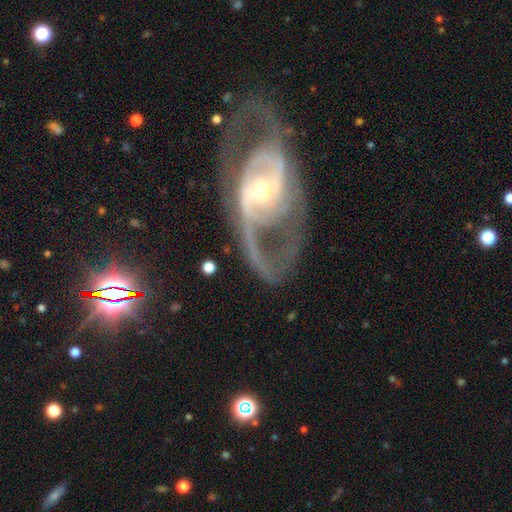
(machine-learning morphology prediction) Overall: featured or disk (83%). Edge-on disk: no (94%). Bar: no (42%; weak 33%). Spiral arms: yes (82%). Spiral arm count: 2 (68%). Spiral winding: medium (43%; loose 34%). Bulge size: small (56%; moderate 38%). Merging: none (45%; major disturbance 34%).